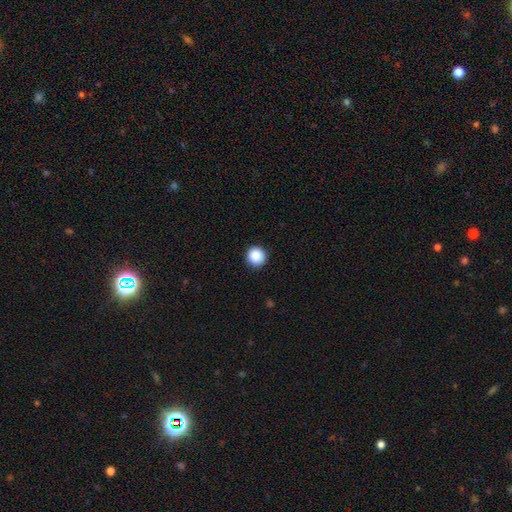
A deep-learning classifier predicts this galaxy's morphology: Smooth or featured? smooth (88%)
How rounded? round (95%)
Merging? none (91%)